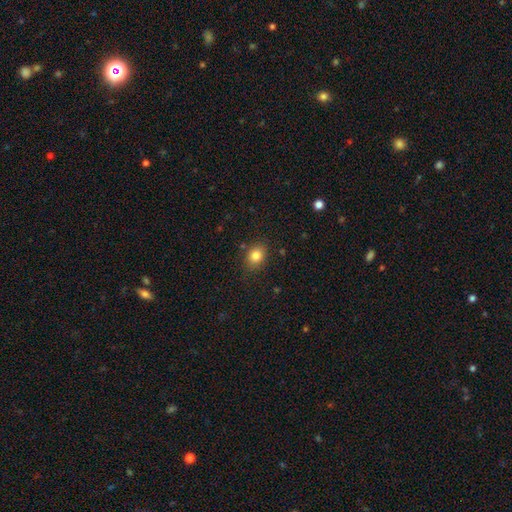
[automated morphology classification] Overall: smooth (83%). How rounded: in between (50%; round 49%). Merging: none (83%).